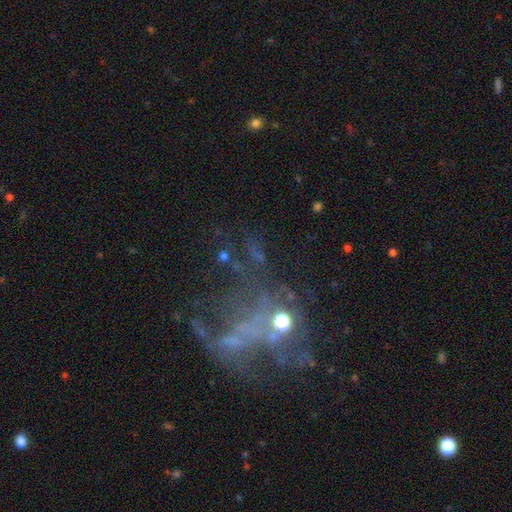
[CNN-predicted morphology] A star or artifact, not a galaxy (45%).

Vote fractions:
- Smooth or featured? star or artifact: 45% / featured or disk: 38% / smooth: 17%